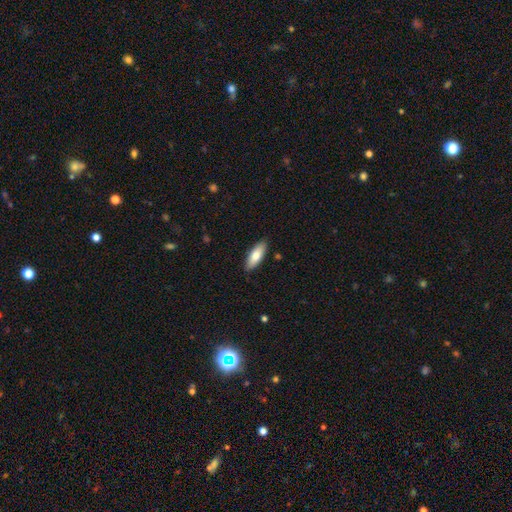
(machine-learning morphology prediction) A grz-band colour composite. It shows a smooth galaxy with no disk features (76%) that is in between round and cigar-shaped (67%). Merging: none (88%).